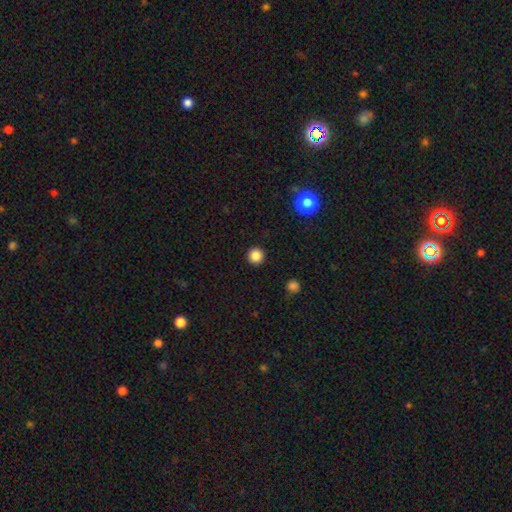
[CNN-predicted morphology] The model was most divided on "smooth or featured": smooth: 85%, star or artifact: 12%, featured or disk: 3%. More confident: how rounded — round (96%); merging — none (93%).